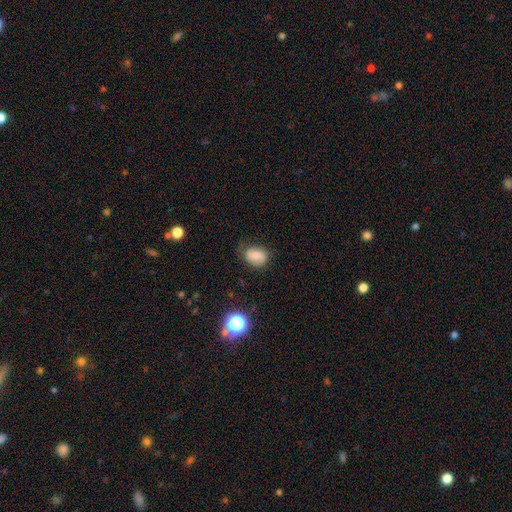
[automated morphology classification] This is likely a smooth galaxy (67%). How rounded: possibly in between (60%). Merging: possibly none (59%).